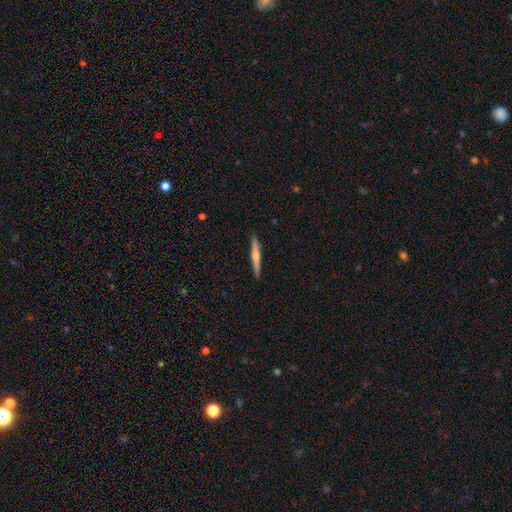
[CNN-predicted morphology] type=featured or disk (49%); merging=none (91%).